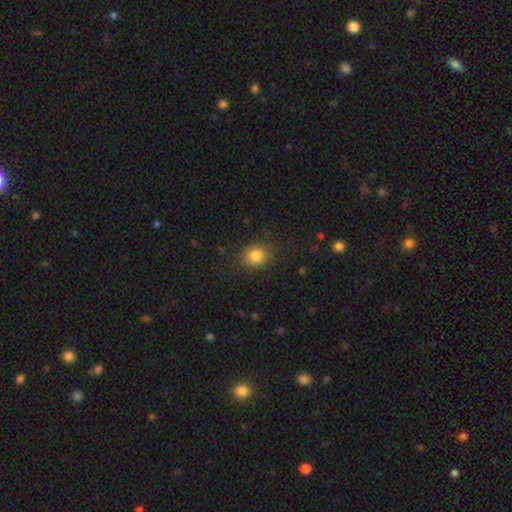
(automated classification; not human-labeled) smooth_or_featured: smooth (p=0.83) [alt: star or artifact p=0.11]
how_rounded: round (p=0.68) [alt: in between p=0.31]
merging: none (p=0.84) [alt: minor disturbance p=0.11]